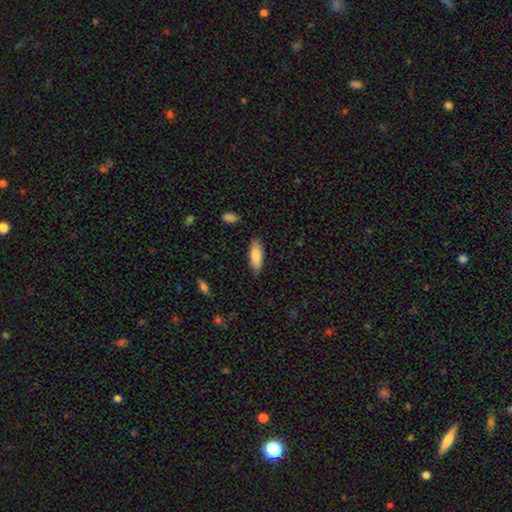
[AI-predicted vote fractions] Smooth or featured?
  - smooth: 84% *
  - featured or disk: 10%
  - star or artifact: 6%
How rounded?
  - in between: 64% *
  - cigar-shaped: 34%
  - round: 2%
Merging?
  - none: 85% *
  - minor disturbance: 11%
  - major disturbance: 2%
  - merger: 1%